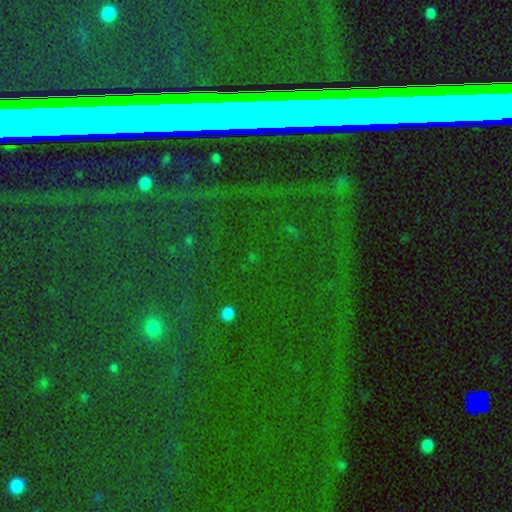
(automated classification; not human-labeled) smooth-or-featured: star or artifact: 78% | smooth: 12% | featured or disk: 10%